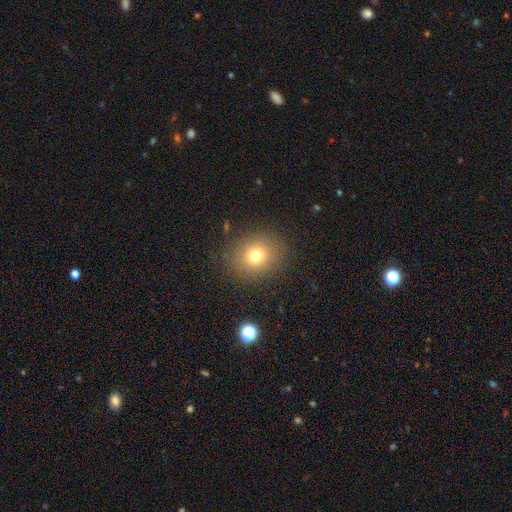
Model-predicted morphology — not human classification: Smooth or featured? smooth (75%)
How rounded? round (74%)
Merging? none (87%)